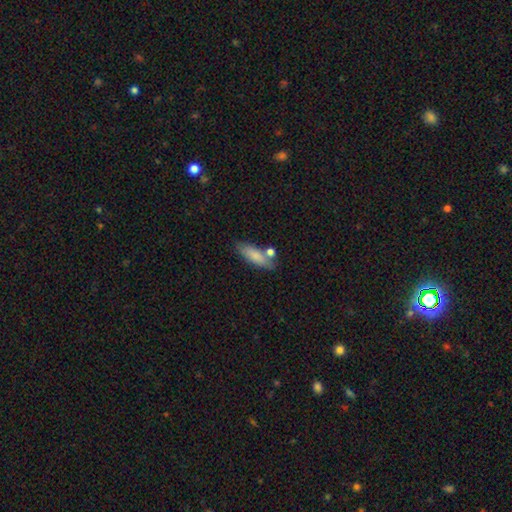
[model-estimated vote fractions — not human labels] A smooth galaxy with no disk features (80%) that is in between round and cigar-shaped (59%).

Vote fractions:
- Smooth or featured? smooth: 80% / featured or disk: 13% / star or artifact: 7%
- How rounded? in between: 59% / cigar-shaped: 38% / round: 3%
- Merging? none: 63% / minor disturbance: 16% / merger: 16% / major disturbance: 5%